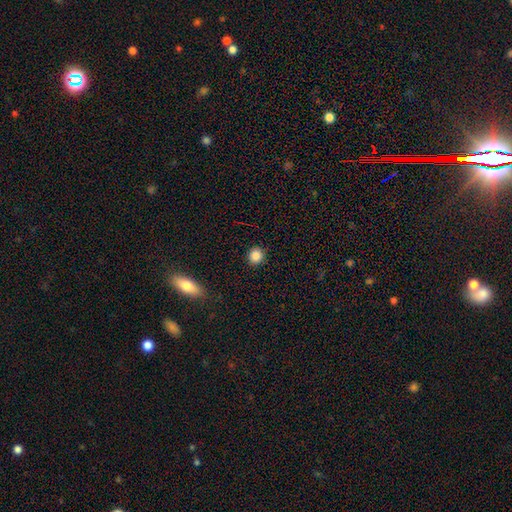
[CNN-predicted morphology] smooth_or_featured: smooth (p=0.85) [alt: star or artifact p=0.10]
how_rounded: round (p=0.87) [alt: in between p=0.12]
merging: none (p=0.91) [alt: minor disturbance p=0.06]